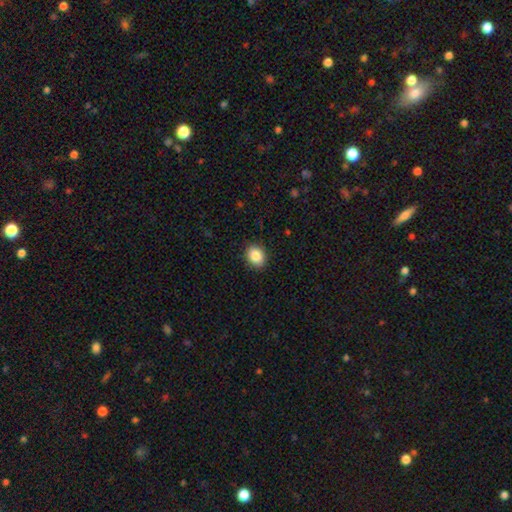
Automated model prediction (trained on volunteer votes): A smooth galaxy with no disk features (88%) that is in between round and cigar-shaped (56%). Merging: none (90%).